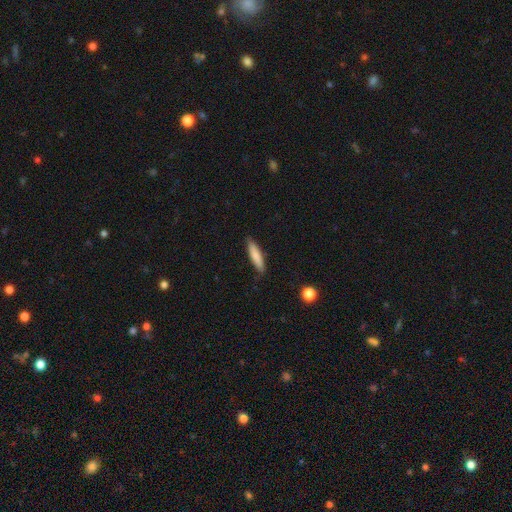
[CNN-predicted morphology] This is likely a smooth galaxy (80%). How rounded: clearly cigar-shaped (81%). Merging: clearly none (86%).